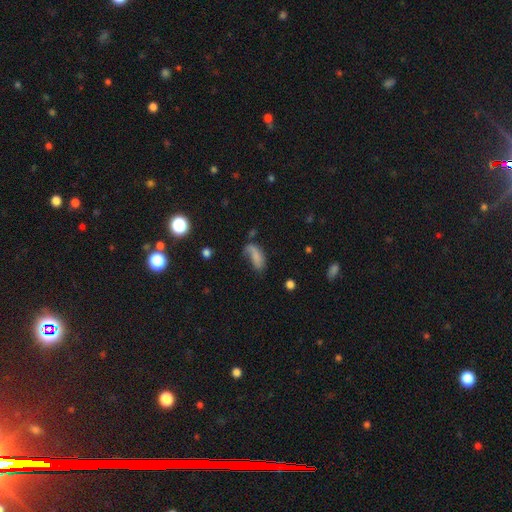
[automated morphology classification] The model was most divided on "merging" (2-way tie): none: 33%, major disturbance: 33%, minor disturbance: 28%, merger: 7%. More confident: how rounded — in between (82%); smooth or featured — smooth (65%).